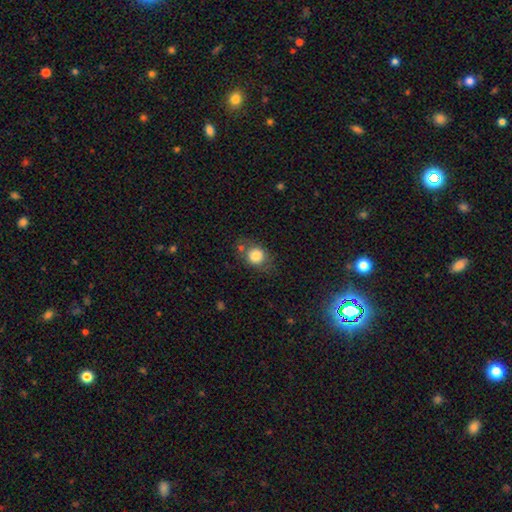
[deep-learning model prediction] A smooth galaxy with no disk features (79%) that is round (67%).

Vote fractions:
- Smooth or featured? smooth: 79% / featured or disk: 12% / star or artifact: 10%
- How rounded? round: 67% / in between: 32% / cigar-shaped: 1%
- Merging? none: 65% / minor disturbance: 19% / major disturbance: 8% / merger: 7%